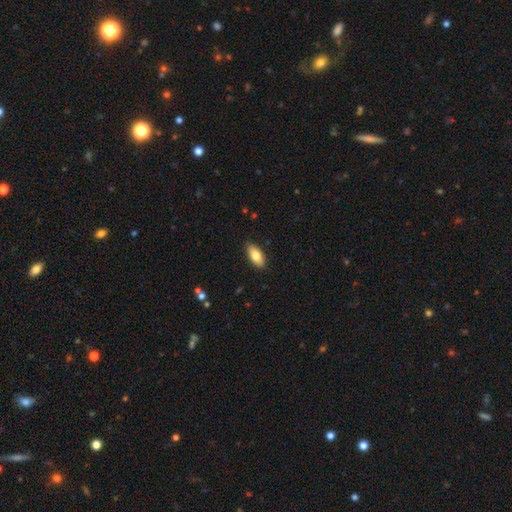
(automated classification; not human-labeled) Smooth or featured?
  - smooth: 79% *
  - featured or disk: 14%
  - star or artifact: 7%
How rounded?
  - in between: 88% *
  - cigar-shaped: 10%
  - round: 2%
Merging?
  - none: 87% *
  - minor disturbance: 10%
  - major disturbance: 2%
  - merger: 1%